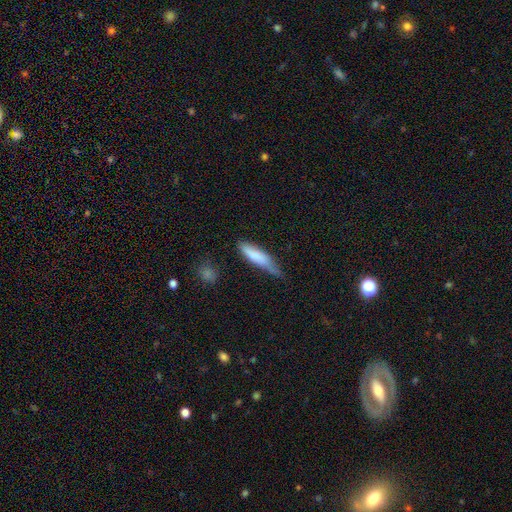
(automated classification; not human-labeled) Morphology: type=smooth (77%); roundness=cigar-shaped (76%); merging=none (44%).